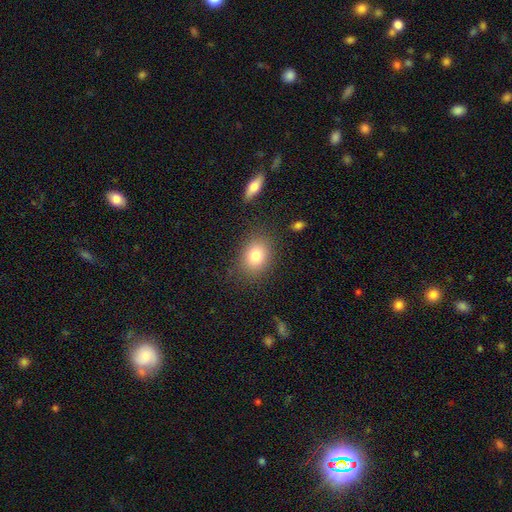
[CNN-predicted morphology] Smooth or featured? smooth (79%)
How rounded? in between (52%)
Merging? none (83%)